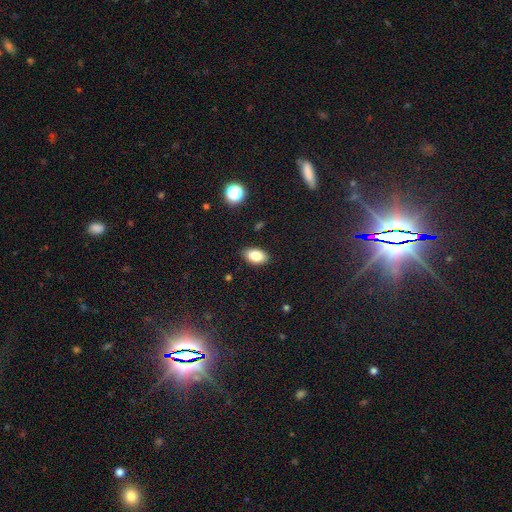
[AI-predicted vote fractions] smooth_or_featured: smooth (p=0.83) [alt: star or artifact p=0.09]
how_rounded: in between (p=0.91) [alt: round p=0.08]
merging: none (p=0.86) [alt: minor disturbance p=0.11]